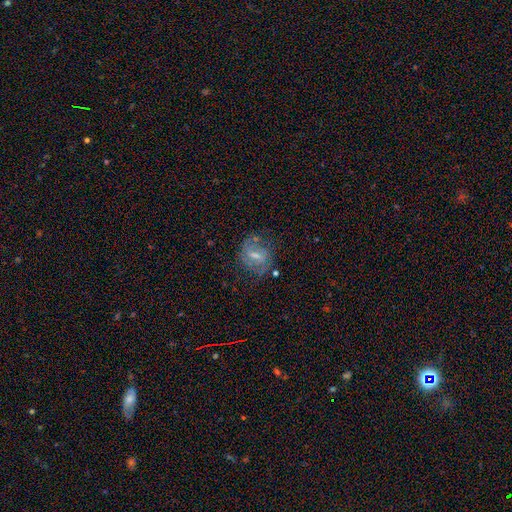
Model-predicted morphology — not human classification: Smooth or featured?
  - featured or disk: 65% *
  - smooth: 24%
  - star or artifact: 11%
Edge-on disk?
  - no: 96% *
  - yes: 4%
Bar?
  - weak: 49% *
  - strong: 36%
  - no: 16%
Spiral arms?
  - yes: 80% *
  - no: 20%
Bulge size?
  - small: 41% *
  - moderate: 40%
  - none: 13%
  - large: 5%
  - dominant: 1%
Merging?
  - none: 65% *
  - minor disturbance: 20%
  - major disturbance: 12%
  - merger: 4%